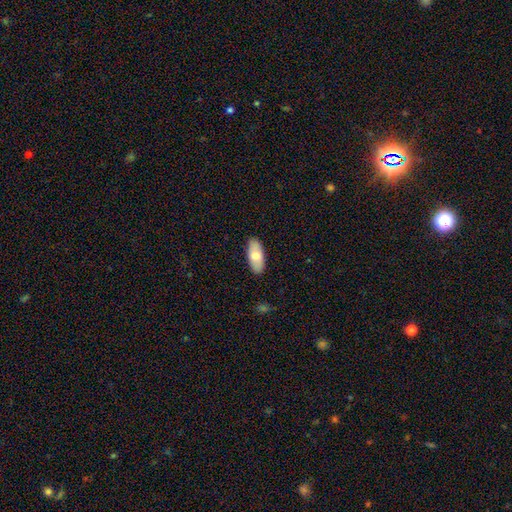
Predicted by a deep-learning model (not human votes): Q: Smooth or featured?
A: smooth (73%); runner-up: featured or disk (21%)
Q: How rounded?
A: in between (87%); runner-up: cigar-shaped (11%)
Q: Merging?
A: none (88%); runner-up: minor disturbance (9%)